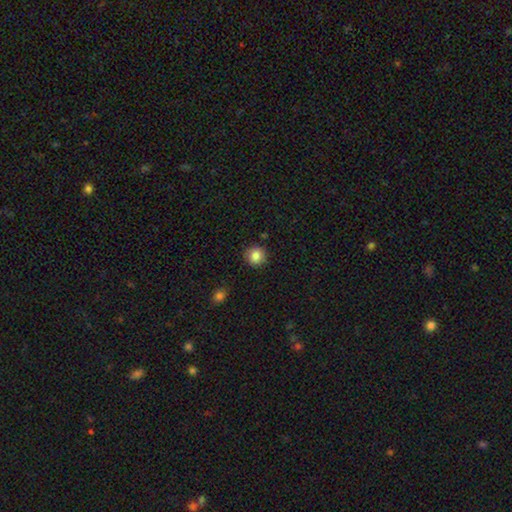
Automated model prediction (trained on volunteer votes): Smooth or featured?
  - smooth: 85% *
  - star or artifact: 10%
  - featured or disk: 6%
How rounded?
  - round: 92% *
  - in between: 7%
  - cigar-shaped: 1%
Merging?
  - none: 88% *
  - minor disturbance: 8%
  - major disturbance: 2%
  - merger: 2%